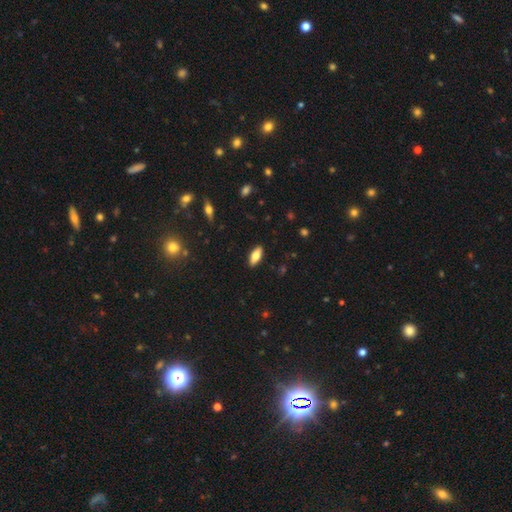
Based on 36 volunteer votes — smooth 78%, featured or disk 19%, star or artifact 3%. Down the decision tree: how rounded — in between (64%); merging — none (86%).